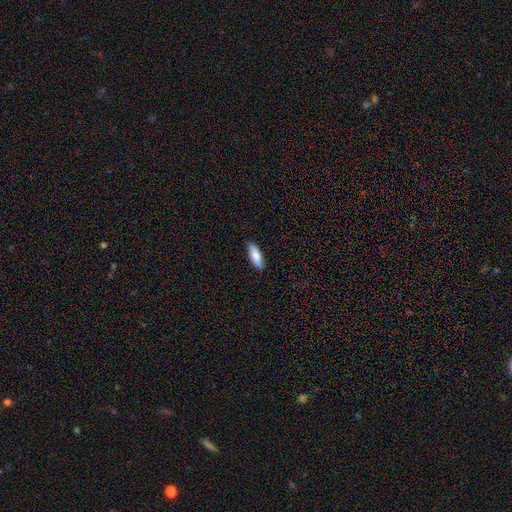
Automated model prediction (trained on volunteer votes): Smooth or featured? Predicted: smooth (p=0.85). How rounded? Predicted: in between (p=0.62). Merging? Predicted: none (p=0.88).